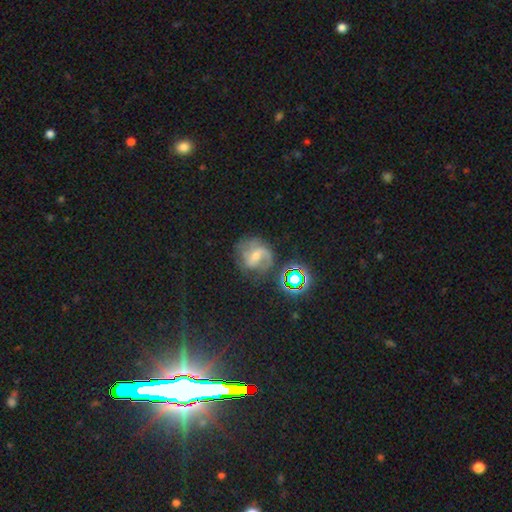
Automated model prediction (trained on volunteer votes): A featured or disk galaxy (68%) with a weak bar (49%), 2 (64%) medium (48%) spiral arms (90%) and a small central bulge (55%).

Vote fractions:
- Smooth or featured? featured or disk: 68% / smooth: 17% / star or artifact: 15%
- Edge-on disk? no: 97% / yes: 3%
- Bar? weak: 49% / no: 26% / strong: 25%
- Spiral arms? yes: 90% / no: 10%
- Spiral winding? medium: 48% / loose: 31% / tight: 22%
- Spiral arm count? 2: 64% / can't tell: 14% / 1: 9% / 3: 8% / 4: 2% / more than 4: 2%
- Bulge size? small: 55% / moderate: 38% / none: 4% / large: 2% / dominant: 1%
- Merging? none: 60% / minor disturbance: 21% / major disturbance: 15% / merger: 4%